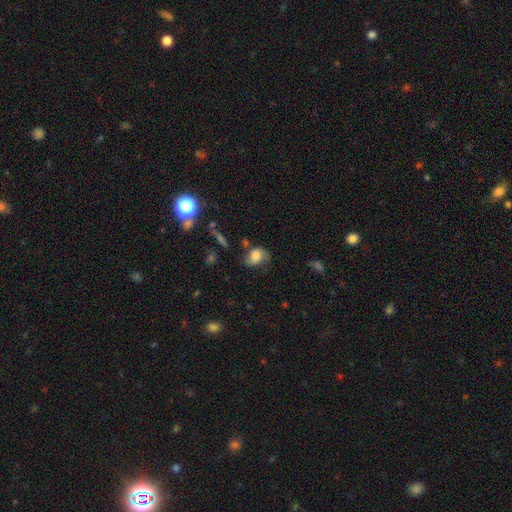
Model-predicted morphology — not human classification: smooth-or-featured: smooth: 59% | featured or disk: 31% | star or artifact: 10%
  how-rounded: in between: 68% | round: 31% | cigar-shaped: 2%
  merging: none: 48% | minor disturbance: 31% | major disturbance: 16% | merger: 5%